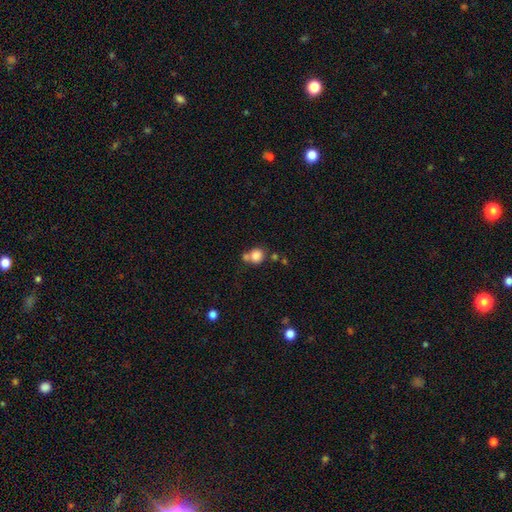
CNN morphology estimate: Q: Smooth or featured?
A: smooth (82%); runner-up: star or artifact (10%)
Q: How rounded?
A: round (82%); runner-up: in between (17%)
Q: Merging?
A: none (50%); runner-up: merger (33%)